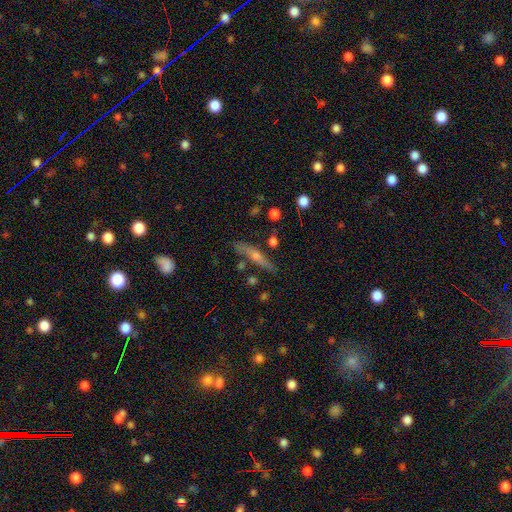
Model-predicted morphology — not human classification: Smooth or featured? Predicted: featured or disk (p=0.55). Edge-on disk? Predicted: yes (p=0.91). Edge-on bulge? Predicted: rounded (p=0.77). Merging? Predicted: none (p=0.78).